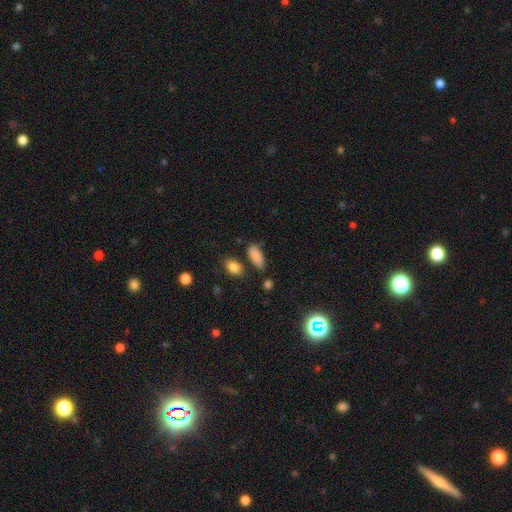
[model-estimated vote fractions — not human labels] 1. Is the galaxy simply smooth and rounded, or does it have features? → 83% smooth, 9% star or artifact, 7% featured or disk.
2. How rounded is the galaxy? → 84% in between, 12% cigar-shaped, 3% round.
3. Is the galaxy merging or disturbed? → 67% none, 20% minor disturbance, 8% merger, 5% major disturbance.